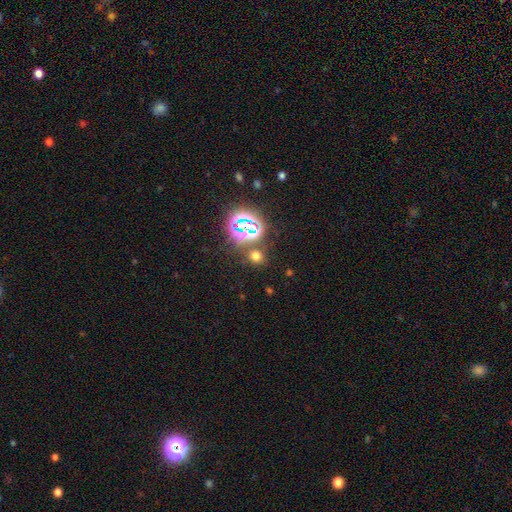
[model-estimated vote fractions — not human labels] smooth 56%, star or artifact 38%, featured or disk 6%. Down the decision tree: how rounded — round (78%); merging — none (80%).